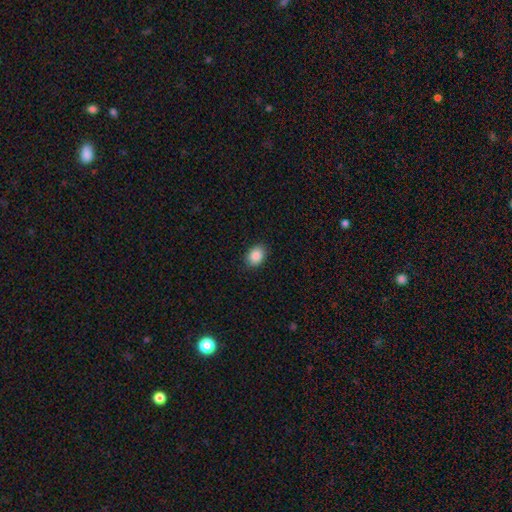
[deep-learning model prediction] Morphology: type=smooth (88%); roundness=in between (66%); merging=none (88%).